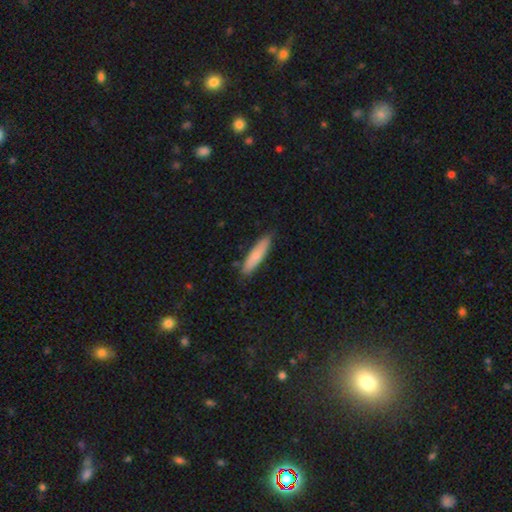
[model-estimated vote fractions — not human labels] The model was most divided on "smooth or featured": smooth: 76%, featured or disk: 18%, star or artifact: 6%. More confident: merging — none (84%); how rounded — cigar-shaped (80%).